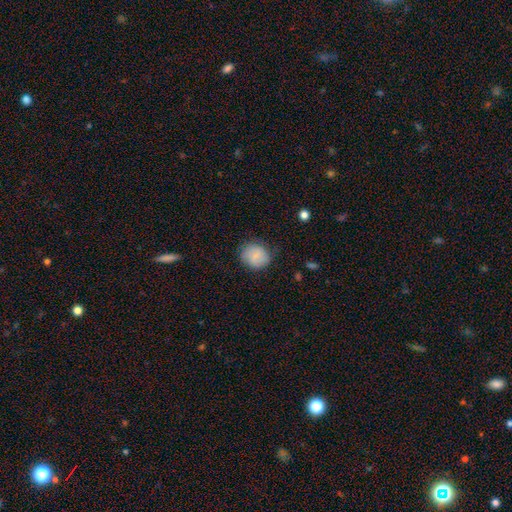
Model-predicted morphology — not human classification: Smooth or featured? Predicted: smooth (p=0.81). How rounded? Predicted: round (p=0.79). Merging? Predicted: none (p=0.75).